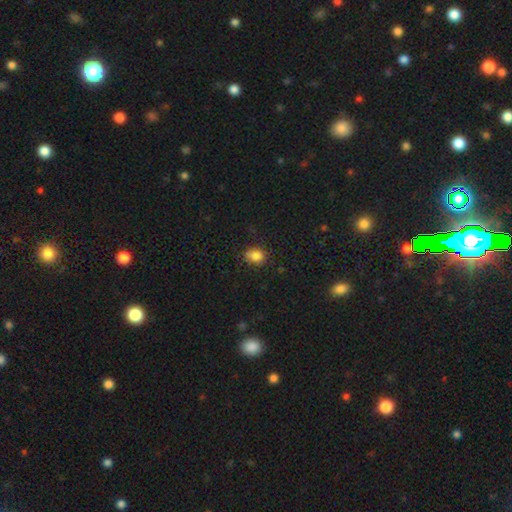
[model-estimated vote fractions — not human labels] Smooth or featured: smooth — 81% (star or artifact — 12%)
How rounded: in between — 61% (round — 38%)
Merging: none — 69% (minor disturbance — 23%)